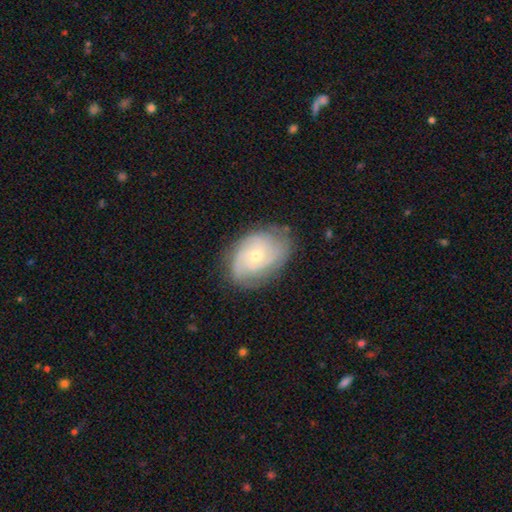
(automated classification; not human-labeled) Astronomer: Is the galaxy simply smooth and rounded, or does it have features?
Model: featured or disk — 76%.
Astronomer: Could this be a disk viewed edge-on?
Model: no — 96%.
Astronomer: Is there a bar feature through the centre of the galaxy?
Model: no — 77%.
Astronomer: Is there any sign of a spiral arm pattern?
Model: yes — 92%.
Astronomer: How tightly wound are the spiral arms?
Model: tight — 64%.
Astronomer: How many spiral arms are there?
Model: can't tell — 37% (runner-up: 2, 25%).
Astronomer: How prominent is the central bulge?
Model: small — 58% (runner-up: moderate, 39%).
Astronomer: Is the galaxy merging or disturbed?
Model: none — 75%.